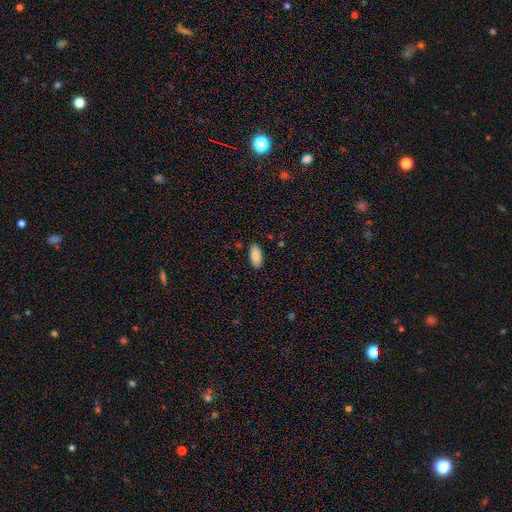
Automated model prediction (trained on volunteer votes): This appears to be a smooth galaxy with no disk features (86%) that is in between round and cigar-shaped (90%). Merging: none (87%).